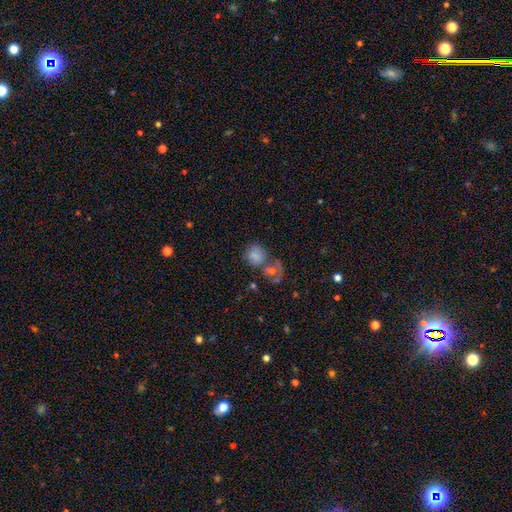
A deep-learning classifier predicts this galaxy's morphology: Smooth or featured? Predicted: smooth (p=0.71). How rounded? Predicted: round (p=0.63). Merging? Predicted: merger (p=0.46).